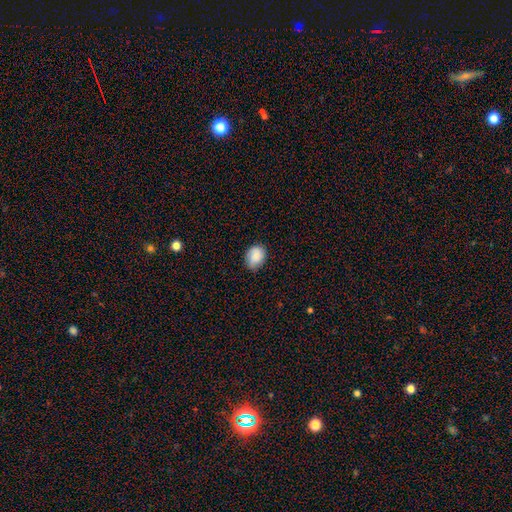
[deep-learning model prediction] smooth 84%, featured or disk 9%, star or artifact 7%. Down the decision tree: how rounded — in between (58%); merging — none (75%).